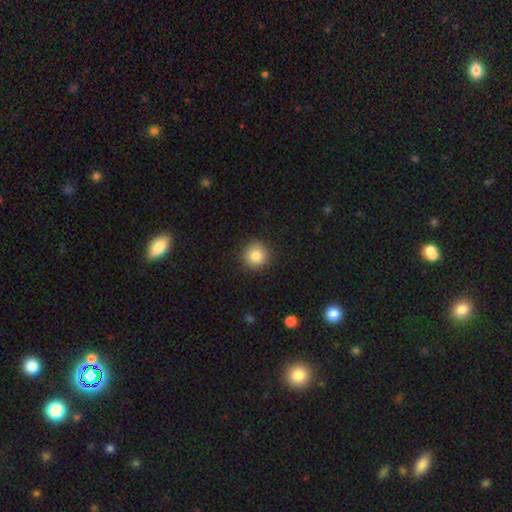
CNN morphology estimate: This appears to be a smooth galaxy with no disk features (85%) that is round (94%). Merging: none (91%).